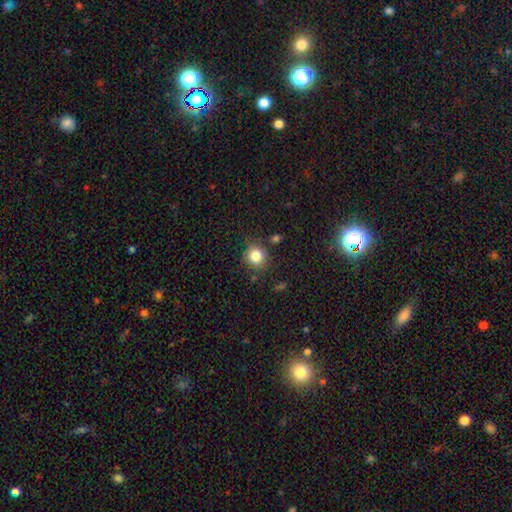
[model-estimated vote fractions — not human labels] This appears to be a smooth galaxy with no disk features (82%) that is round (87%). Merging: none (80%).